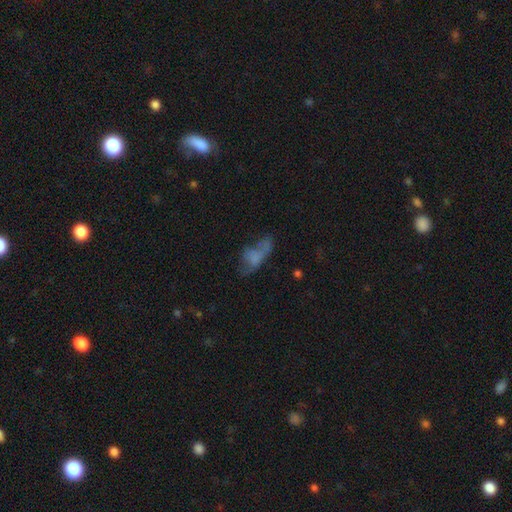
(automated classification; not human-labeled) smooth_or_featured: smooth (p=0.54) [alt: featured or disk p=0.32]
how_rounded: in between (p=0.75) [alt: cigar-shaped p=0.19]
merging: major disturbance (p=0.32) [alt: none p=0.30]